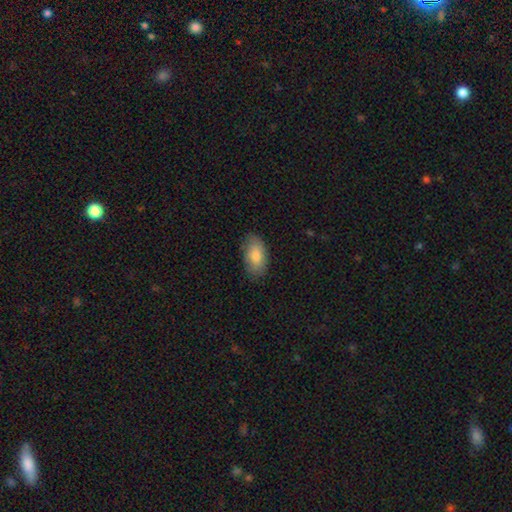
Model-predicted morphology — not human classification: A smooth galaxy with no disk features (82%) that is in between round and cigar-shaped (93%).

Vote fractions:
- Smooth or featured? smooth: 82% / featured or disk: 12% / star or artifact: 6%
- How rounded? in between: 93% / round: 4% / cigar-shaped: 3%
- Merging? none: 80% / minor disturbance: 16% / major disturbance: 3% / merger: 1%